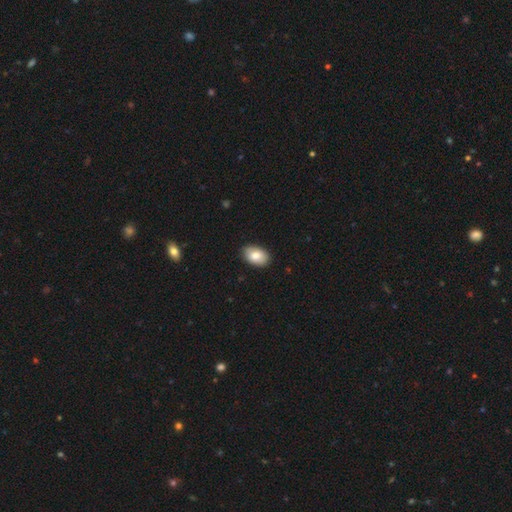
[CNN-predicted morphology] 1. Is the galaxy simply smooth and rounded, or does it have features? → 84% smooth, 10% featured or disk, 7% star or artifact.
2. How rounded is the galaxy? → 91% in between, 8% round, 1% cigar-shaped.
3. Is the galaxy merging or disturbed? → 88% none, 9% minor disturbance, 2% major disturbance, 1% merger.